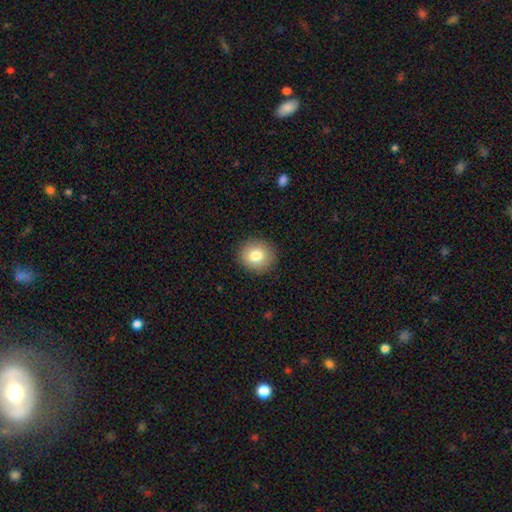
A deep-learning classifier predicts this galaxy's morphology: smooth 81%, featured or disk 10%, star or artifact 9%. Down the decision tree: how rounded — round (85%); merging — none (90%).